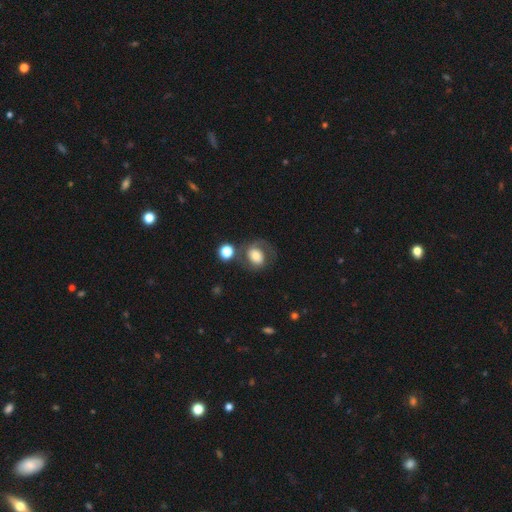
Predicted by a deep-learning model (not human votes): smooth_or_featured: smooth (p=0.50) [alt: featured or disk p=0.40]
how_rounded: round (p=0.59) [alt: in between p=0.40]
merging: none (p=0.50) [alt: minor disturbance p=0.18]